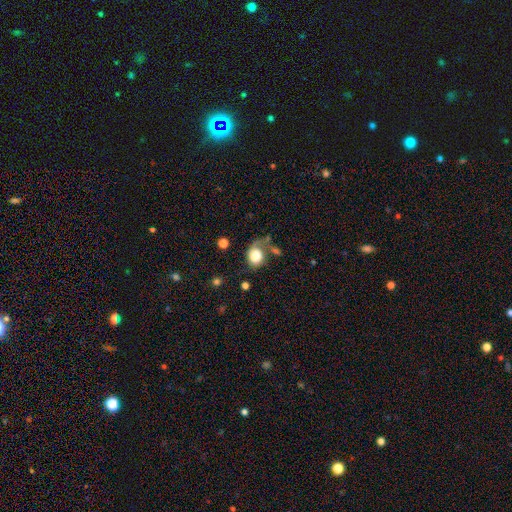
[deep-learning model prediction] Smooth or featured: smooth — 70% (featured or disk — 21%)
How rounded: round — 58% (in between — 40%)
Merging: none — 34% (major disturbance — 30%)